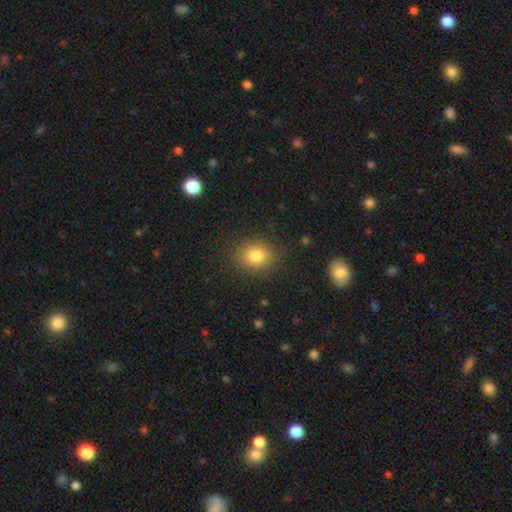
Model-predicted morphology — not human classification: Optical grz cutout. It shows a smooth galaxy with no disk features (82%) that is round (60%). Merging: none (87%).